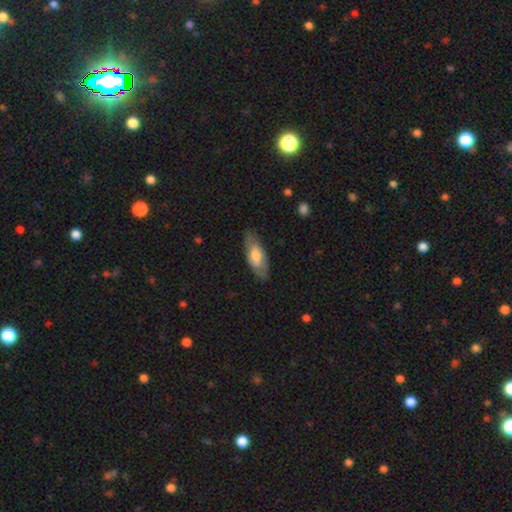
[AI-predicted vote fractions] Smooth or featured? smooth (58%)
How rounded? in between (78%)
Merging? none (81%)